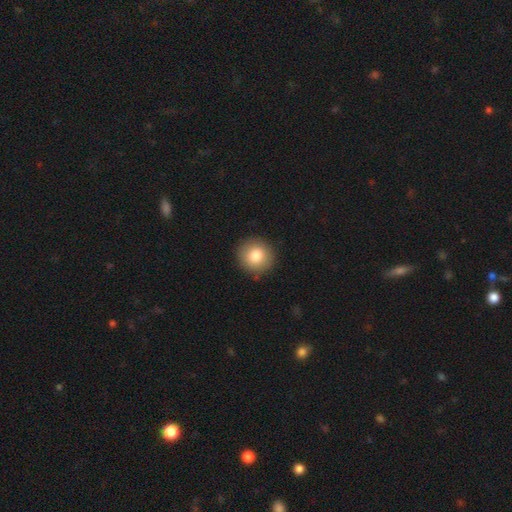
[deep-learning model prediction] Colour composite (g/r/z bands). It shows a smooth galaxy with no disk features (82%) that is round (92%). Merging: none (90%).